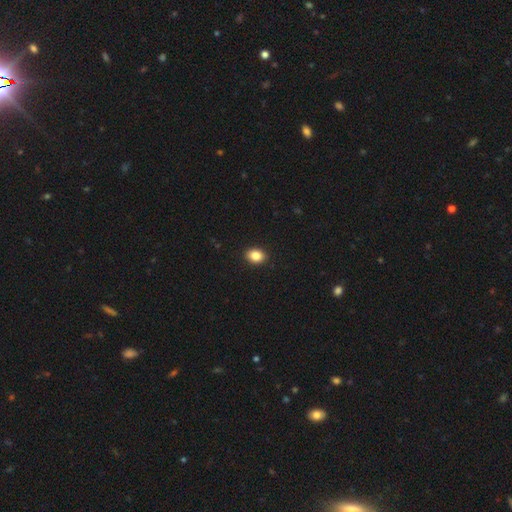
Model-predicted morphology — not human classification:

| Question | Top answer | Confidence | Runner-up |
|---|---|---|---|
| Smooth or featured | smooth | 85% | star or artifact (9%) |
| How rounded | in between | 60% | round (39%) |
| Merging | none | 92% | minor disturbance (6%) |